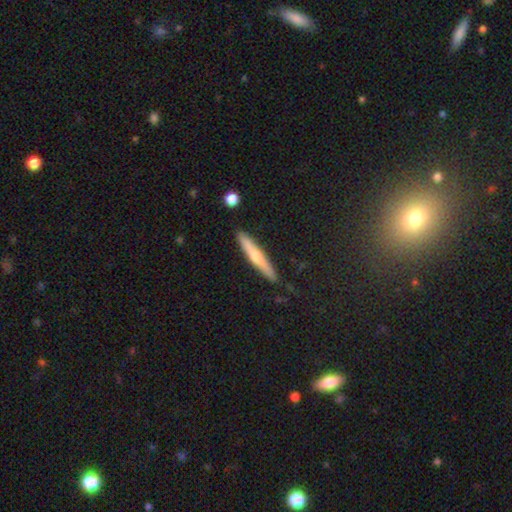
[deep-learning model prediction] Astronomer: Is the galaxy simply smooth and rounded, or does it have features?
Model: smooth — 49% (runner-up: featured or disk, 45%).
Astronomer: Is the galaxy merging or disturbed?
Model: none — 88%.